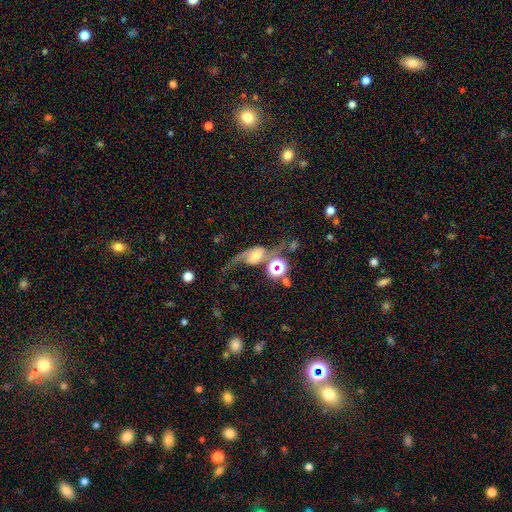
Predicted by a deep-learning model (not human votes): Q: Smooth or featured?
A: featured or disk (72%); runner-up: smooth (16%)
Q: Edge-on disk?
A: no (94%); runner-up: yes (6%)
Q: Bar?
A: no (48%); runner-up: weak (35%)
Q: Spiral arms?
A: yes (92%); runner-up: no (8%)
Q: Spiral winding?
A: loose (80%); runner-up: medium (16%)
Q: Spiral arm count?
A: 2 (85%); runner-up: 1 (9%)
Q: Bulge size?
A: moderate (43%); runner-up: small (33%)
Q: Merging?
A: none (41%); runner-up: major disturbance (25%)